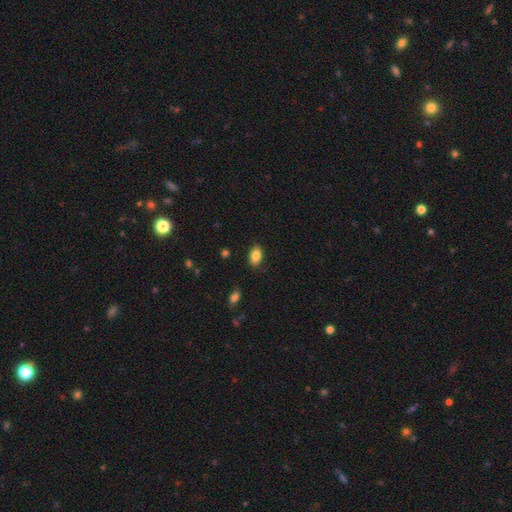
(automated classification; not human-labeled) smooth 84%, star or artifact 8%, featured or disk 8%. Down the decision tree: how rounded — in between (90%); merging — none (85%).